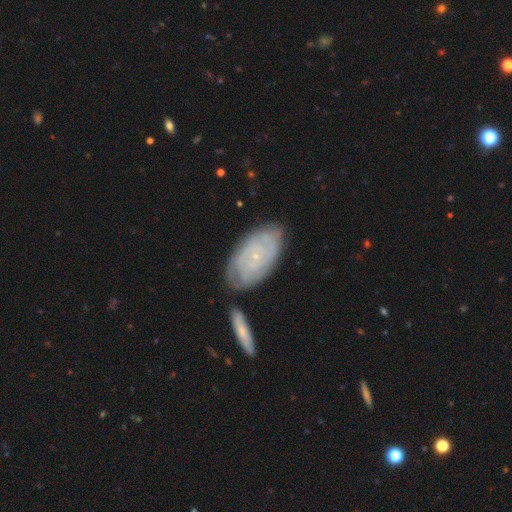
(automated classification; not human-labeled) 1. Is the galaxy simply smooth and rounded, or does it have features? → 75% featured or disk, 18% smooth, 6% star or artifact.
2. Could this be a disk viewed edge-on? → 94% no, 6% yes.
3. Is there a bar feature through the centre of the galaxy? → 82% no, 15% weak, 3% strong.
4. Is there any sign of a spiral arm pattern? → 89% yes, 11% no.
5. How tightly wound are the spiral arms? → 80% tight, 16% medium, 5% loose.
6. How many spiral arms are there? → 52% can't tell, 16% 2, 10% 4, 10% 3, 6% more than 4, 5% 1.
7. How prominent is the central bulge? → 88% small, 8% moderate, 2% none, 1% large, 1% dominant.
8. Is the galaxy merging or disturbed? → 71% none, 16% minor disturbance, 9% merger, 4% major disturbance.